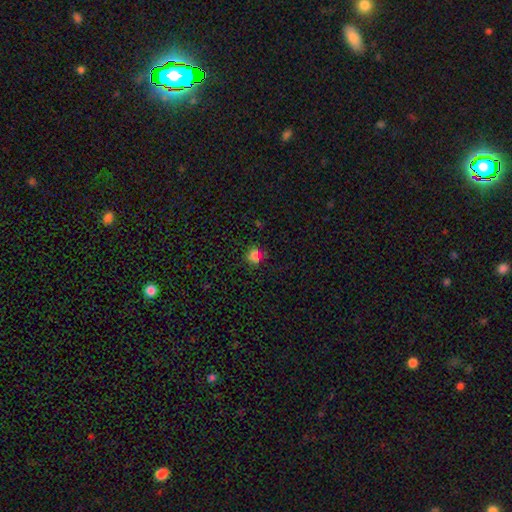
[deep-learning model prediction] smooth 78%, star or artifact 18%, featured or disk 5%. Down the decision tree: how rounded — round (70%); merging — none (80%).